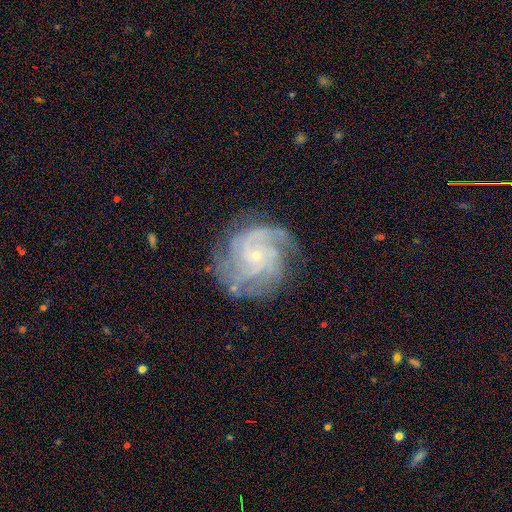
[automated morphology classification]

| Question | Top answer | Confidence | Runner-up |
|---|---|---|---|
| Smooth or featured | featured or disk | 88% | star or artifact (6%) |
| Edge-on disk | no | 98% | yes (2%) |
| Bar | no | 71% | weak (24%) |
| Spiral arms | yes | 97% | no (3%) |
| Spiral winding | tight | 51% | medium (40%) |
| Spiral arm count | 3 | 31% | 2 (19%) |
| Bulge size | small | 84% | moderate (12%) |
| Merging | none | 75% | minor disturbance (17%) |